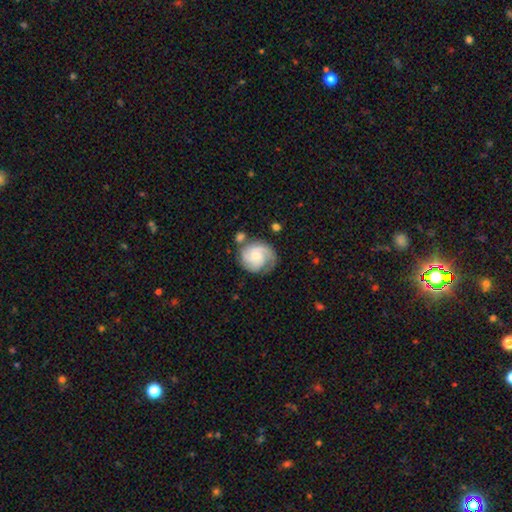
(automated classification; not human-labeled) A featured or disk galaxy (74%) with no bar (67%), 2 (45%) tight (48%) spiral arms (95%) and a small central bulge (58%). Merging: none (62%).